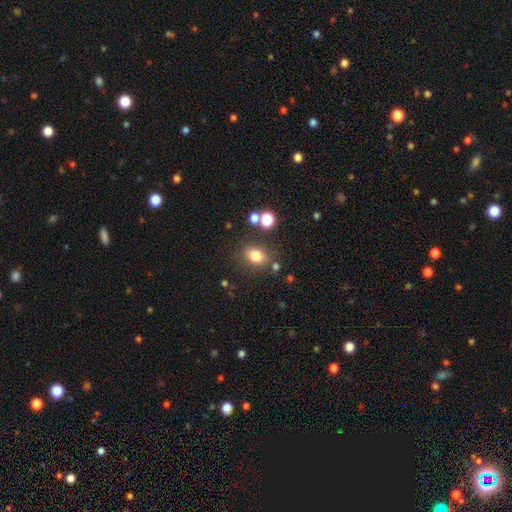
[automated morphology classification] A smooth galaxy with no disk features (79%) that is in between round and cigar-shaped (60%).

Vote fractions:
- Smooth or featured? smooth: 79% / star or artifact: 13% / featured or disk: 8%
- How rounded? in between: 60% / round: 39% / cigar-shaped: 1%
- Merging? none: 75% / minor disturbance: 13% / merger: 7% / major disturbance: 5%